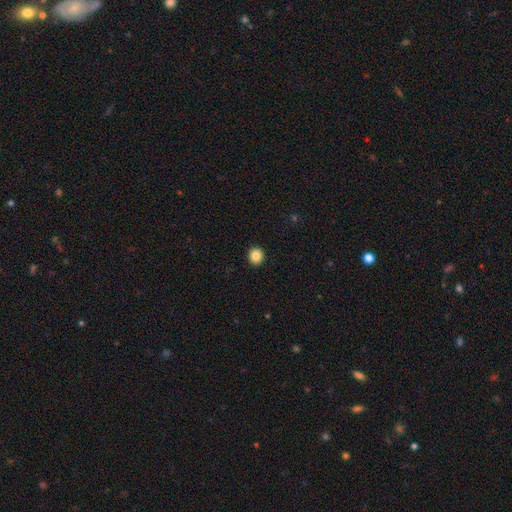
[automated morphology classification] Smooth or featured?
  - smooth: 86% *
  - star or artifact: 10%
  - featured or disk: 5%
How rounded?
  - round: 84% *
  - in between: 15%
  - cigar-shaped: 1%
Merging?
  - none: 93% *
  - minor disturbance: 5%
  - major disturbance: 1%
  - merger: 1%